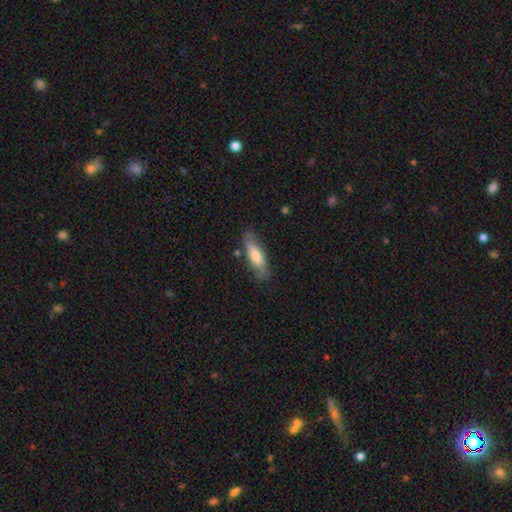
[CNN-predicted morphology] A smooth galaxy with no disk features (69%) that is cigar-shaped (55%). Merging: none (75%).